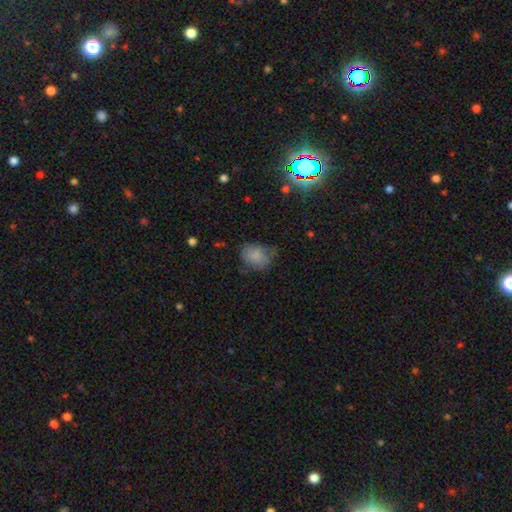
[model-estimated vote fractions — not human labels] This appears to be a smooth galaxy with no disk features (79%) that is in between round and cigar-shaped (56%). Merging: none (52%).